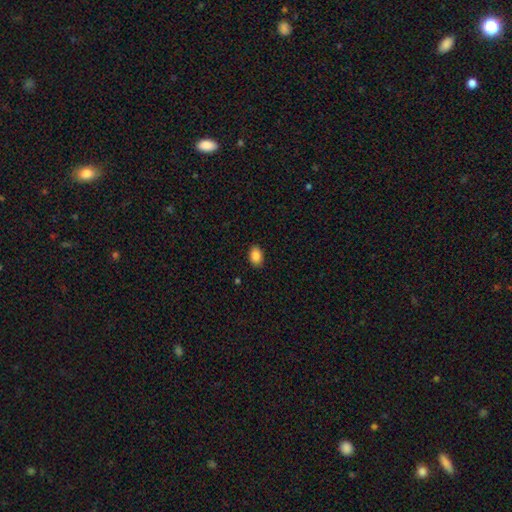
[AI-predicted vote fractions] Q: Smooth or featured?
A: smooth (87%); runner-up: star or artifact (8%)
Q: How rounded?
A: in between (79%); runner-up: round (20%)
Q: Merging?
A: none (88%); runner-up: minor disturbance (9%)